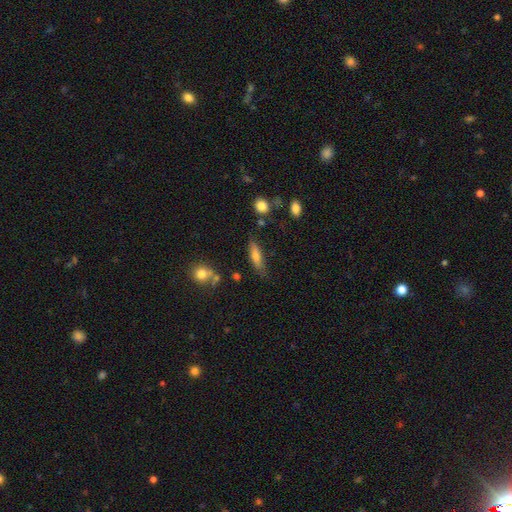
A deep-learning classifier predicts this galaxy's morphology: A smooth galaxy with no disk features (69%) that is cigar-shaped (54%).

Vote fractions:
- Smooth or featured? smooth: 69% / featured or disk: 23% / star or artifact: 7%
- How rounded? cigar-shaped: 54% / in between: 43% / round: 3%
- Merging? none: 70% / minor disturbance: 20% / merger: 6% / major disturbance: 5%